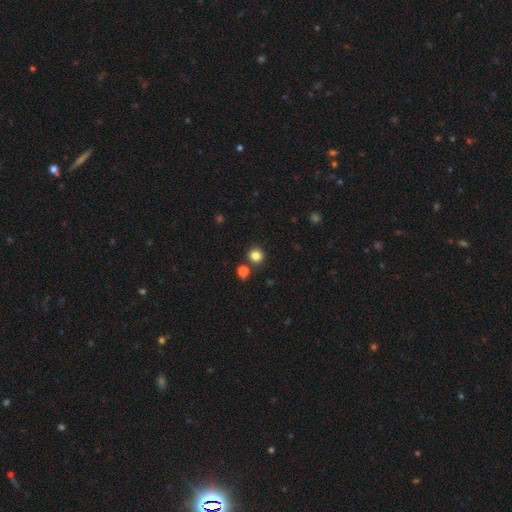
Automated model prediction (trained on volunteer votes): Overall: smooth (82%). How rounded: round (93%). Merging: none (84%).